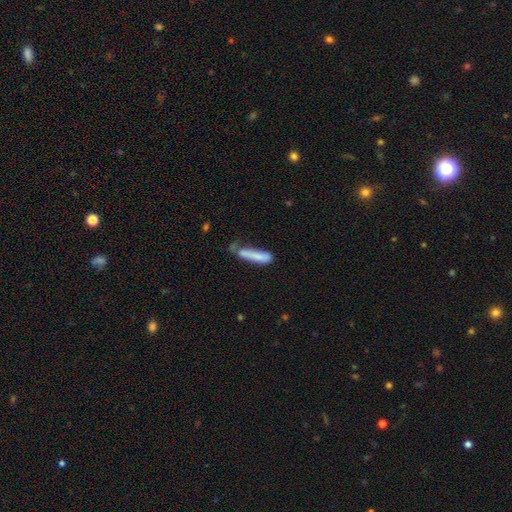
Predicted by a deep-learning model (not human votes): Smooth or featured: smooth — 75% (featured or disk — 17%)
How rounded: cigar-shaped — 86% (in between — 12%)
Merging: none — 45% (minor disturbance — 29%)